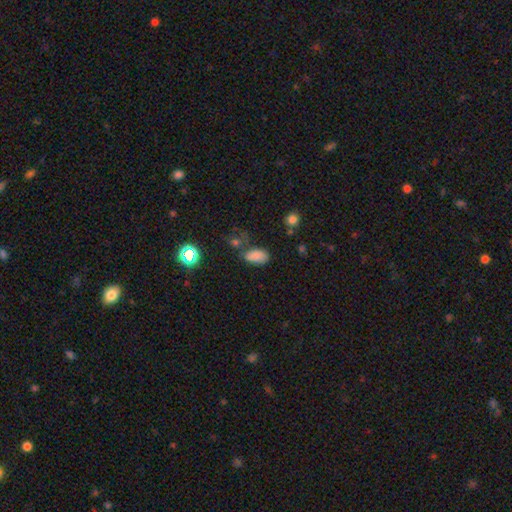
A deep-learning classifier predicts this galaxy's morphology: smooth 80%, star or artifact 14%, featured or disk 7%. Down the decision tree: how rounded — in between (92%); merging — none (60%).